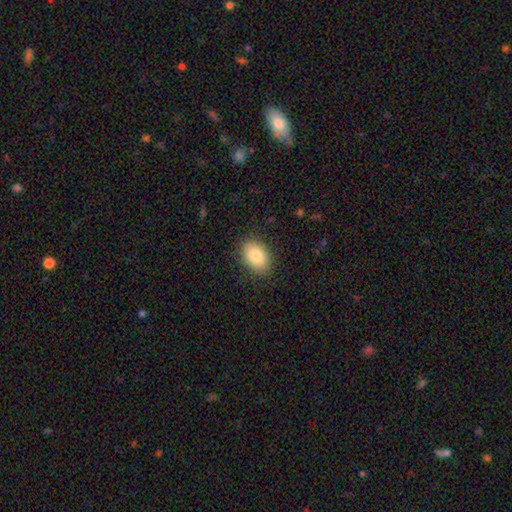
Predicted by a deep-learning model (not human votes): Morphology: type=smooth (84%); roundness=in between (87%); merging=none (87%).